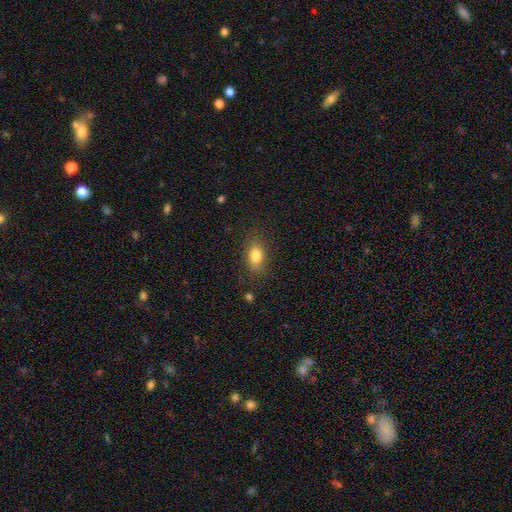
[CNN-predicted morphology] Smooth or featured? smooth (82%)
How rounded? in between (83%)
Merging? none (79%)